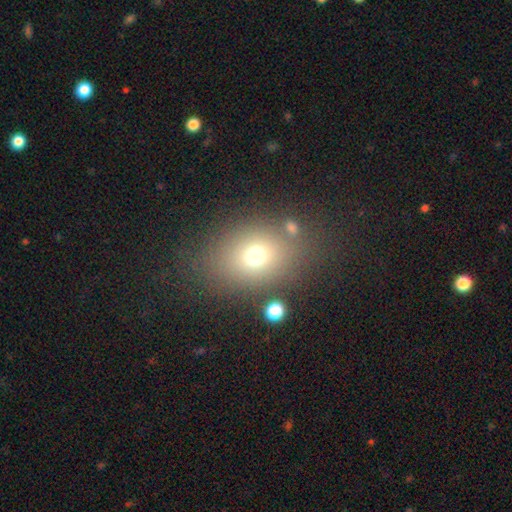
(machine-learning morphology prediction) Smooth or featured: smooth — 70% (star or artifact — 16%)
How rounded: in between — 59% (round — 40%)
Merging: none — 74% (minor disturbance — 13%)